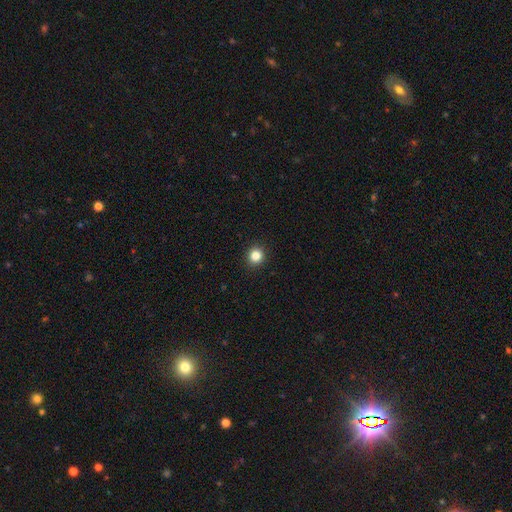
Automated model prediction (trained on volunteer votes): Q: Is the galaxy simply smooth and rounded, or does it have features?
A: smooth — 84%.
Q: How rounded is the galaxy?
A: round — 91%.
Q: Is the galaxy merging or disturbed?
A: none — 93%.